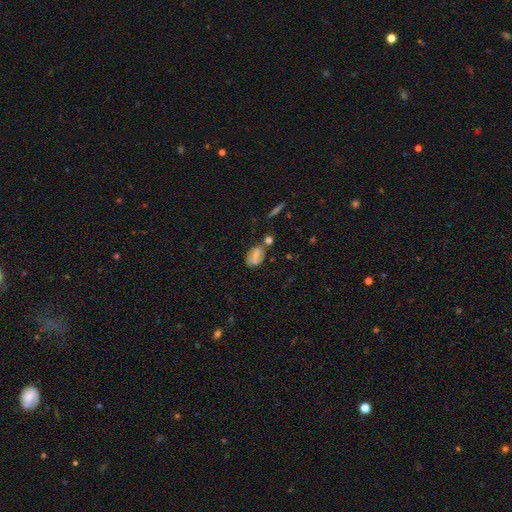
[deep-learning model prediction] smooth 61%, featured or disk 28%, star or artifact 11%. Down the decision tree: how rounded — in between (85%); merging — none (54%).